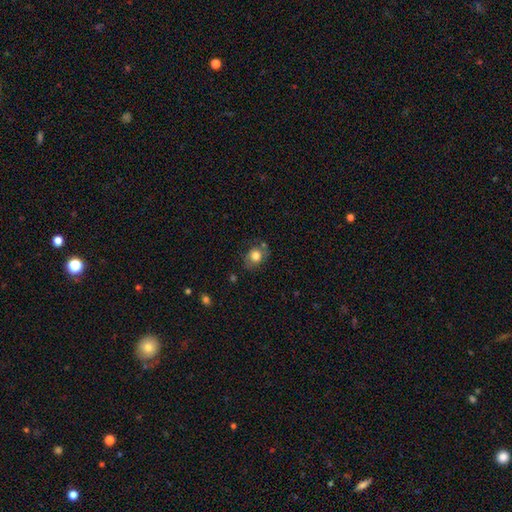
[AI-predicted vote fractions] A smooth galaxy with no disk features (75%) that is round (51%). Merging: none (66%).